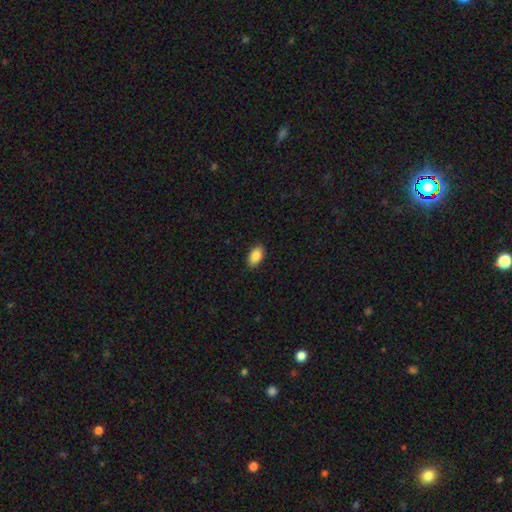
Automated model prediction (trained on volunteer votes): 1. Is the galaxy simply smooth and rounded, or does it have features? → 88% smooth, 7% star or artifact, 5% featured or disk.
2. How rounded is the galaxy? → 92% in between, 6% round, 2% cigar-shaped.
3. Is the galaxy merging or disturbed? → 88% none, 10% minor disturbance, 2% major disturbance, 1% merger.